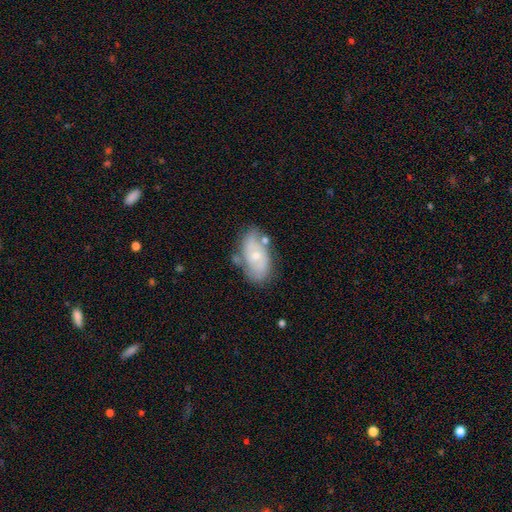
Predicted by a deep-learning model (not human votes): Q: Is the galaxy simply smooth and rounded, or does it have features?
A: featured or disk — 56%.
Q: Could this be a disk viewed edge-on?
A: no — 94%.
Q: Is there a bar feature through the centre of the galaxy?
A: no — 71%.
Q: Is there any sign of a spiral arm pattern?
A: yes — 70%.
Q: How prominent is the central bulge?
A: small — 61%.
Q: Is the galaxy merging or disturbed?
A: none — 63%.